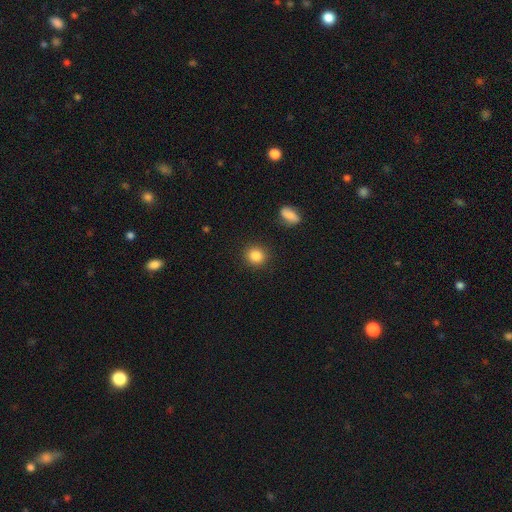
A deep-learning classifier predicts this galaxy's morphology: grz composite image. It shows a smooth galaxy with no disk features (86%) that is round (86%). Merging: none (90%).